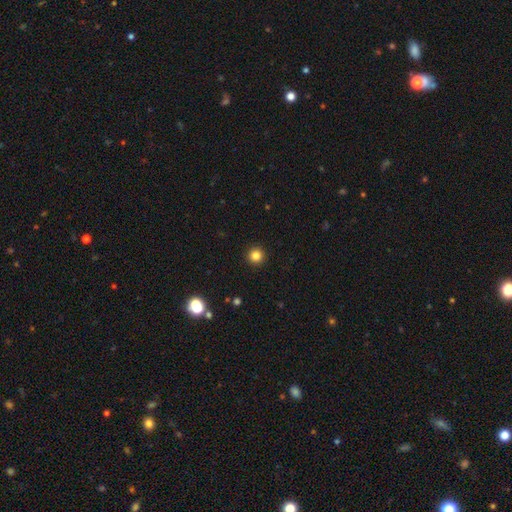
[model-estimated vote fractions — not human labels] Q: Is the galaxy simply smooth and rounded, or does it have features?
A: smooth — 83%.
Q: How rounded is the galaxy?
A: round — 96%.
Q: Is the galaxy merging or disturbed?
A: none — 93%.